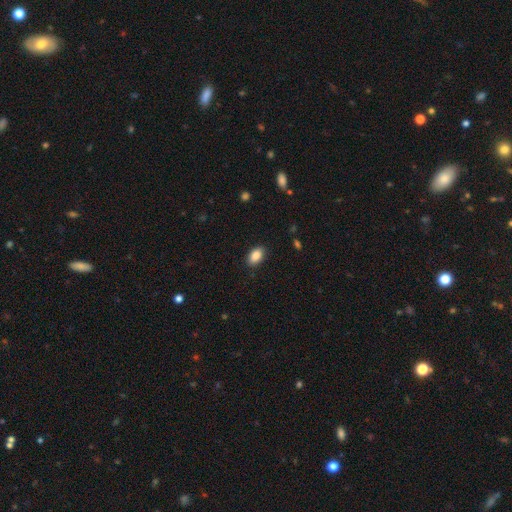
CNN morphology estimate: smooth-or-featured: smooth: 89% | star or artifact: 7% | featured or disk: 4%
  how-rounded: in between: 91% | round: 7% | cigar-shaped: 2%
  merging: none: 88% | minor disturbance: 9% | major disturbance: 2% | merger: 1%